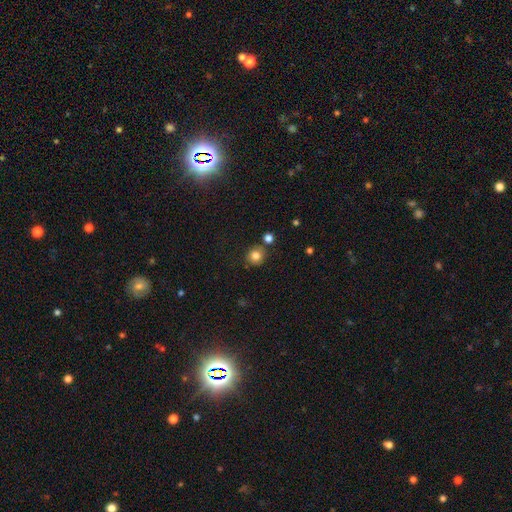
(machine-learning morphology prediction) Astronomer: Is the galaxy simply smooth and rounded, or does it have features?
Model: smooth — 81%.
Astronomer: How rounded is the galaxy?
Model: round — 86%.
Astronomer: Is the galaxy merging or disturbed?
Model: none — 80%.